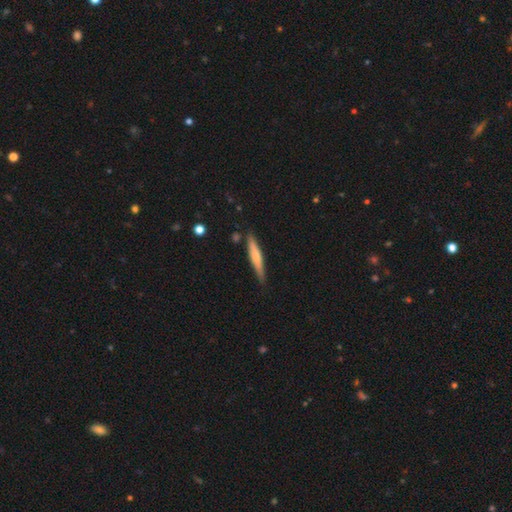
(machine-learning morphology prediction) The model was most divided on "smooth or featured": smooth: 58%, featured or disk: 36%, star or artifact: 6%. More confident: how rounded — cigar-shaped (91%); merging — none (81%).